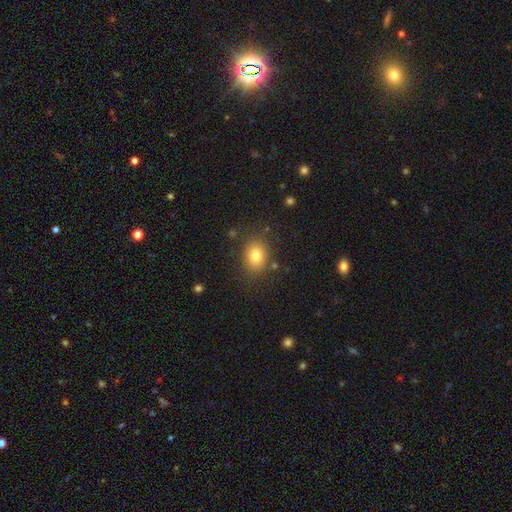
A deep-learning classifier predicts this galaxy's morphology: A smooth galaxy with no disk features (79%) that is in between round and cigar-shaped (55%). Merging: none (83%).